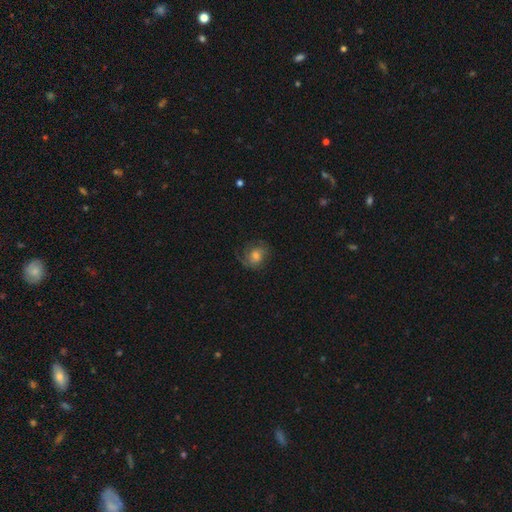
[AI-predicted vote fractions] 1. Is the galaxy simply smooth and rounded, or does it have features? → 51% featured or disk, 37% smooth, 12% star or artifact.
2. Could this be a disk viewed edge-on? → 97% no, 3% yes.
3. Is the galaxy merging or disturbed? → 66% none, 19% minor disturbance, 13% major disturbance, 1% merger.